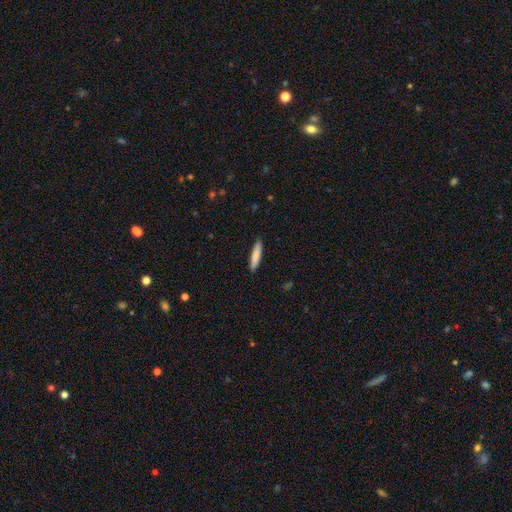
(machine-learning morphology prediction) Q: Smooth or featured?
A: smooth (82%); runner-up: featured or disk (12%)
Q: How rounded?
A: cigar-shaped (88%); runner-up: in between (11%)
Q: Merging?
A: none (90%); runner-up: minor disturbance (7%)